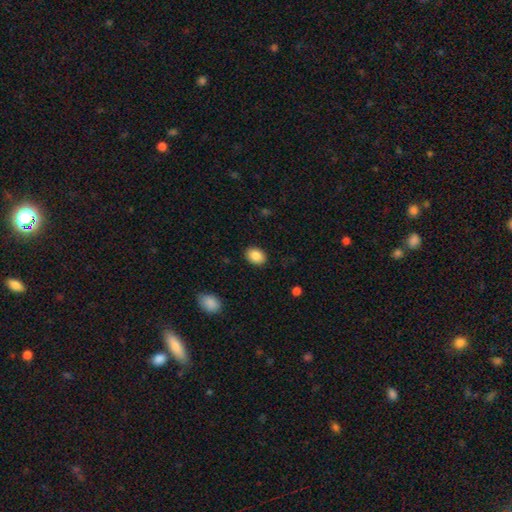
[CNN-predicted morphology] A smooth galaxy with no disk features (88%) that is in between round and cigar-shaped (68%).

Vote fractions:
- Smooth or featured? smooth: 88% / star or artifact: 8% / featured or disk: 4%
- How rounded? in between: 68% / round: 31% / cigar-shaped: 1%
- Merging? none: 89% / minor disturbance: 8% / major disturbance: 2% / merger: 1%